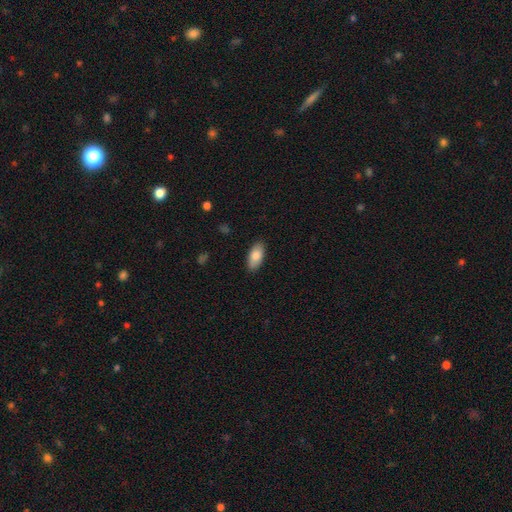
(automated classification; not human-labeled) Morphology: type=smooth (84%); roundness=in between (89%); merging=none (88%).